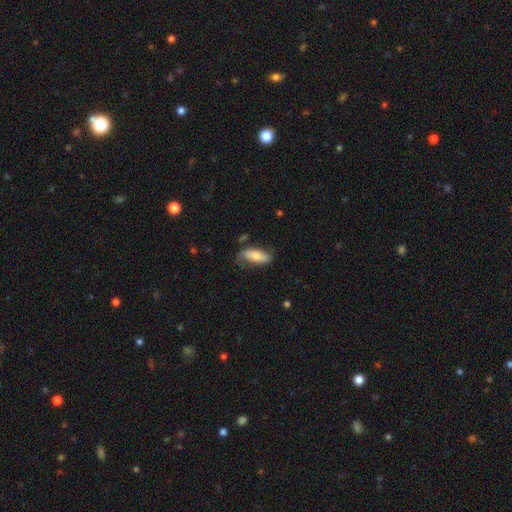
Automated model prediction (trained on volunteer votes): Smooth or featured?
  - smooth: 63% *
  - featured or disk: 31%
  - star or artifact: 6%
How rounded?
  - in between: 73% *
  - cigar-shaped: 25%
  - round: 3%
Merging?
  - none: 63% *
  - minor disturbance: 26%
  - major disturbance: 9%
  - merger: 2%